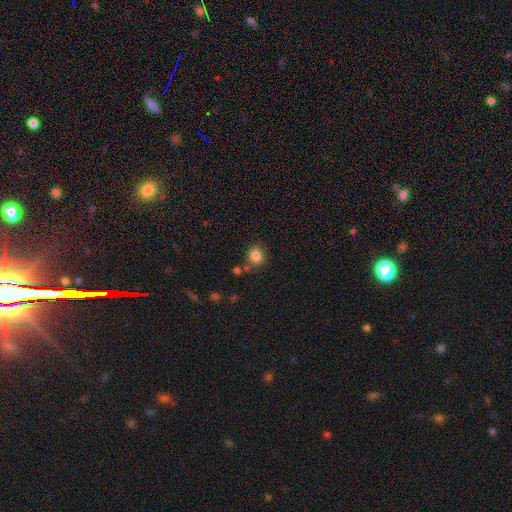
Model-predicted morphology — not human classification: Smooth or featured? Predicted: smooth (p=0.82). How rounded? Predicted: round (p=0.74). Merging? Predicted: none (p=0.75).